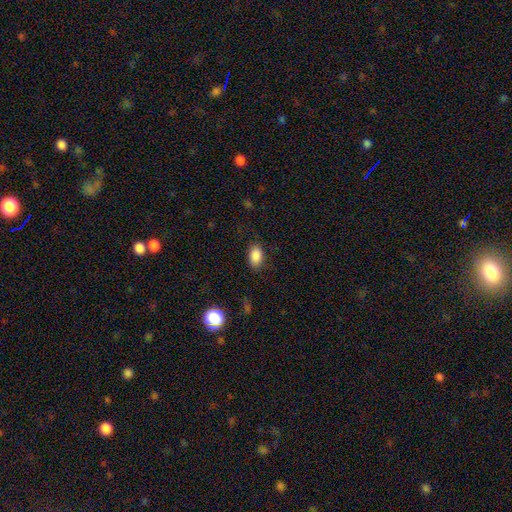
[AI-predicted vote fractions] Q: Smooth or featured?
A: smooth (87%); runner-up: star or artifact (9%)
Q: How rounded?
A: in between (88%); runner-up: round (10%)
Q: Merging?
A: none (84%); runner-up: minor disturbance (12%)